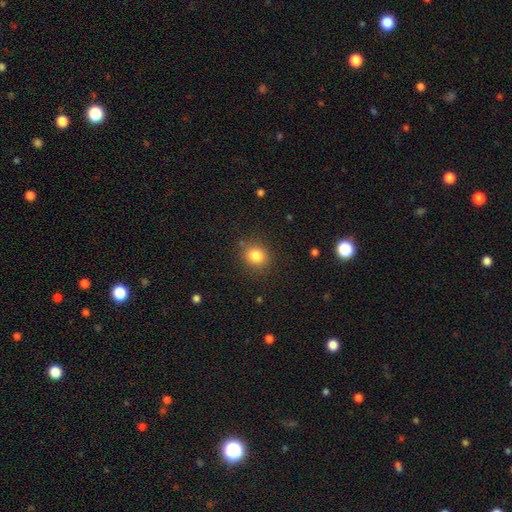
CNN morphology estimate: This is clearly a smooth galaxy (82%). How rounded: likely round (77%). Merging: clearly none (86%).